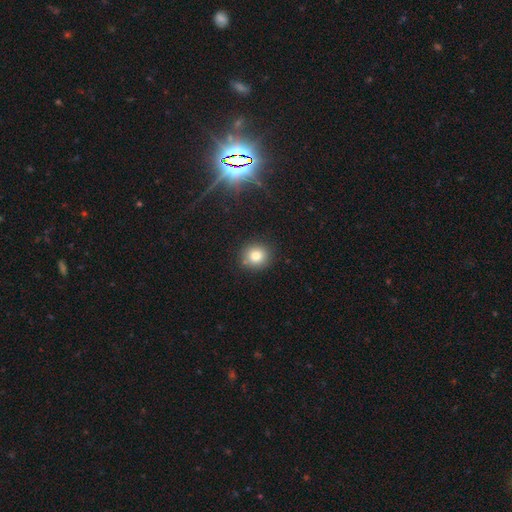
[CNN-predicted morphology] This appears to be a smooth galaxy with no disk features (79%) that is round (86%). Merging: none (86%).